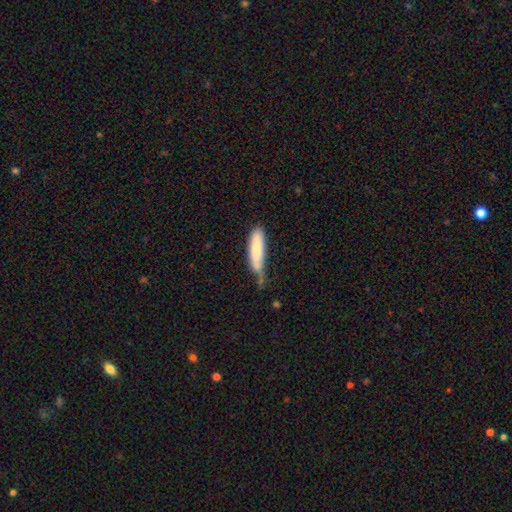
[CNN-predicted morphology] Q: Smooth or featured?
A: smooth (80%); runner-up: featured or disk (14%)
Q: How rounded?
A: cigar-shaped (68%); runner-up: in between (30%)
Q: Merging?
A: none (40%); runner-up: minor disturbance (39%)